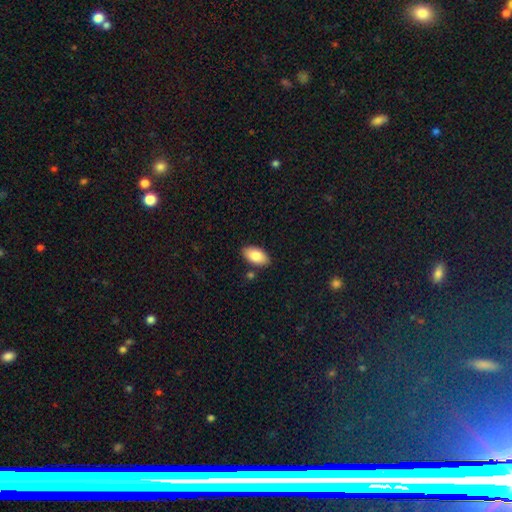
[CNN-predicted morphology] Smooth or featured? smooth (84%)
How rounded? in between (95%)
Merging? none (84%)